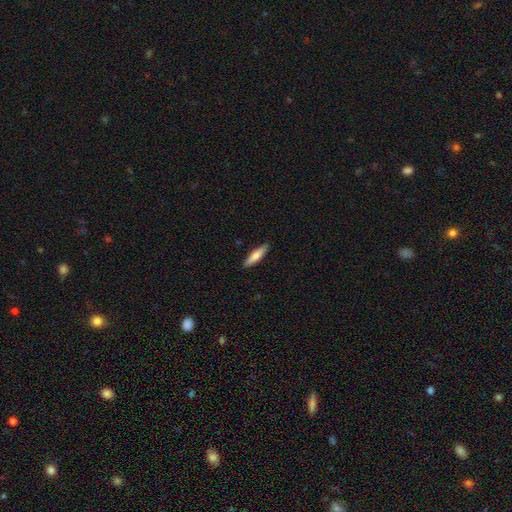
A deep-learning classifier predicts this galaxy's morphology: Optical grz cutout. It shows a smooth galaxy with no disk features (69%) that is cigar-shaped (76%). Merging: none (89%).